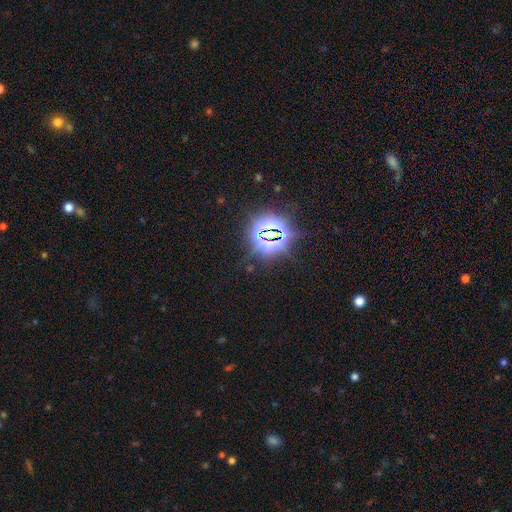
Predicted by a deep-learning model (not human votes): Smooth or featured: star or artifact — 82% (smooth — 11%)